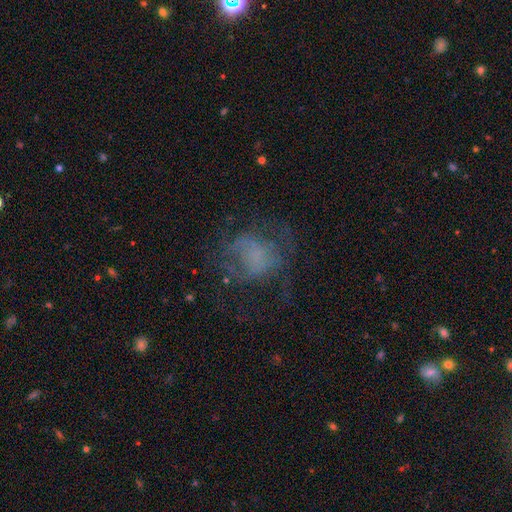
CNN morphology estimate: This appears to be a featured or disk galaxy (45%). Merging: none (49%).